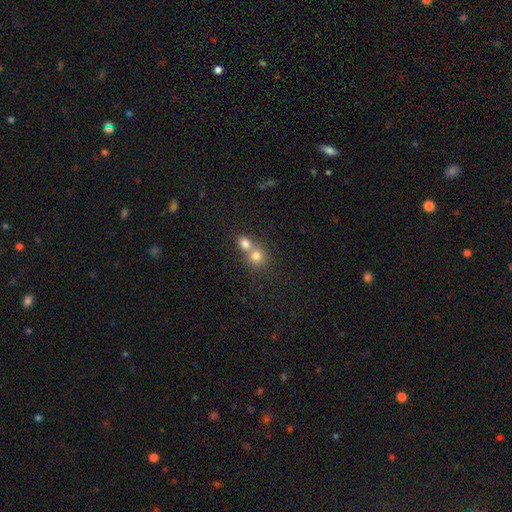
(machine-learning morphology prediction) A smooth galaxy with no disk features (71%) that is round (83%).

Vote fractions:
- Smooth or featured? smooth: 71% / star or artifact: 16% / featured or disk: 13%
- How rounded? round: 83% / in between: 16% / cigar-shaped: 1%
- Merging? merger: 57% / none: 36% / minor disturbance: 5% / major disturbance: 2%